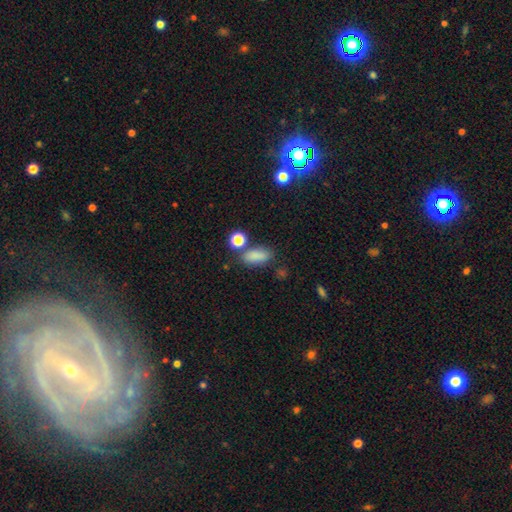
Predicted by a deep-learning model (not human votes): This is clearly a smooth galaxy (82%). How rounded: clearly in between (80%). Merging: likely none (69%).